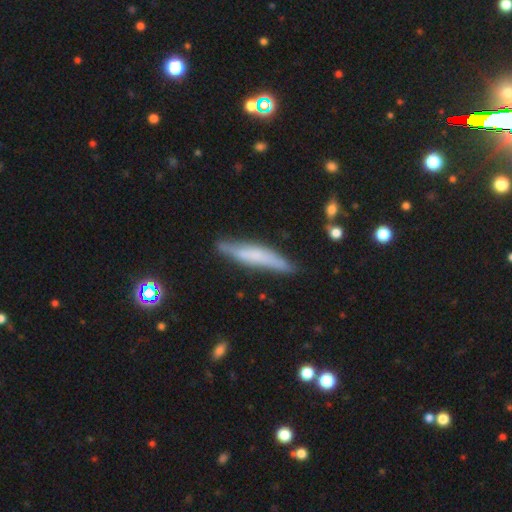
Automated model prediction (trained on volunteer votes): Smooth or featured: smooth — 51% (featured or disk — 42%)
How rounded: cigar-shaped — 90% (in between — 9%)
Merging: none — 78% (minor disturbance — 17%)